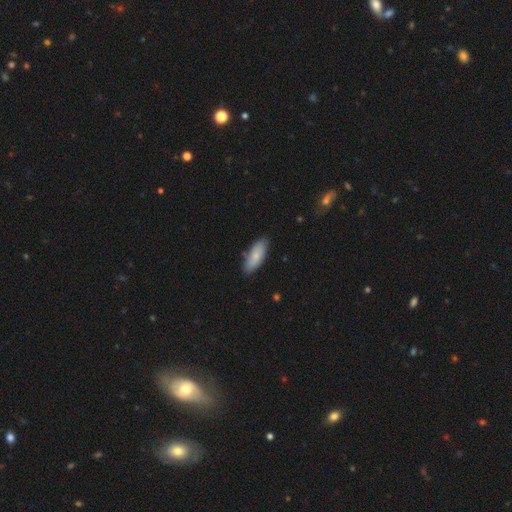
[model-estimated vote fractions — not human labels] The model was most divided on "smooth or featured": smooth: 77%, featured or disk: 18%, star or artifact: 6%. More confident: how rounded — in between (79%); merging — none (78%).